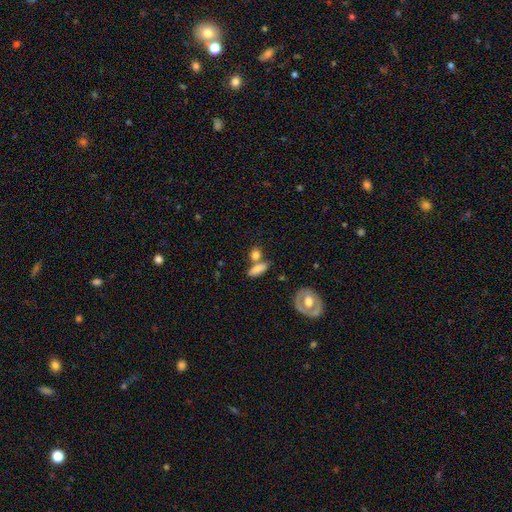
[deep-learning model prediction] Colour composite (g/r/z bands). It shows a smooth galaxy with no disk features (81%) that is in between round and cigar-shaped (53%). Merging: none (55%).